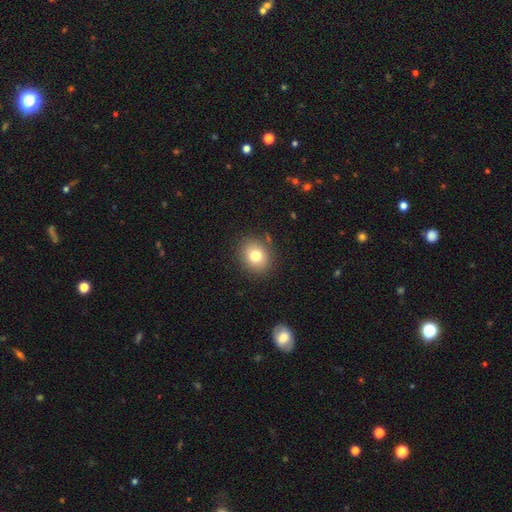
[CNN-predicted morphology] Smooth or featured?
  - smooth: 79% *
  - star or artifact: 11%
  - featured or disk: 11%
How rounded?
  - round: 70% *
  - in between: 29%
  - cigar-shaped: 1%
Merging?
  - none: 85% *
  - minor disturbance: 10%
  - major disturbance: 3%
  - merger: 2%